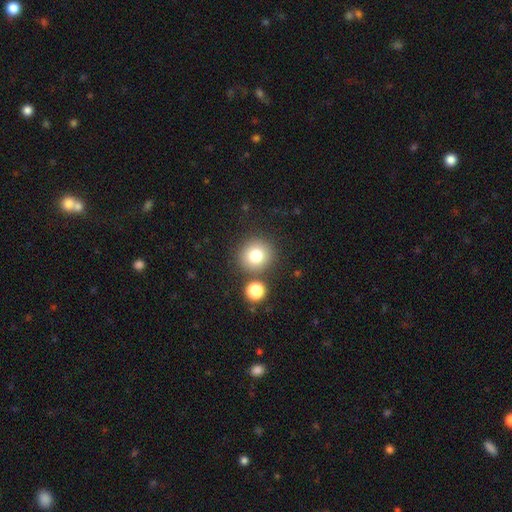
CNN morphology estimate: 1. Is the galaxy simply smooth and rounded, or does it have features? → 79% smooth, 11% star or artifact, 9% featured or disk.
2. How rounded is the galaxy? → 88% round, 11% in between, 1% cigar-shaped.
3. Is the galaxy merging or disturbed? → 78% none, 11% merger, 8% minor disturbance, 3% major disturbance.